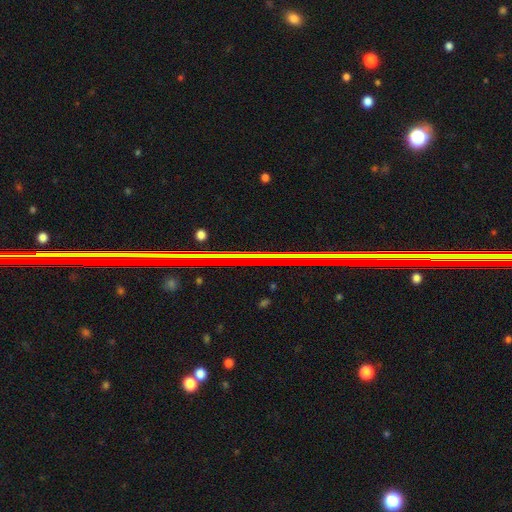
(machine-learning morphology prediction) A star or artifact, not a galaxy (82%).